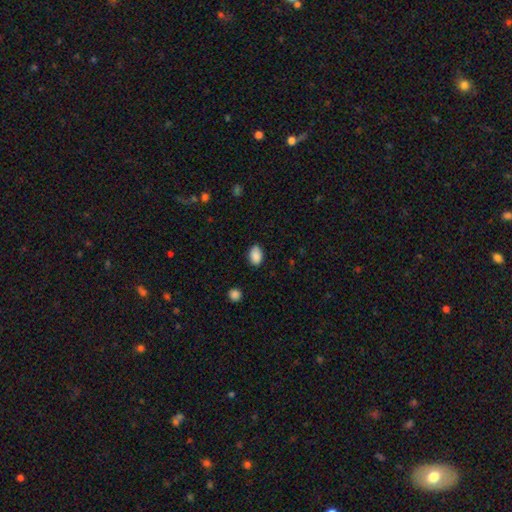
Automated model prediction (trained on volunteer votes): Smooth or featured? smooth (88%)
How rounded? in between (86%)
Merging? none (82%)